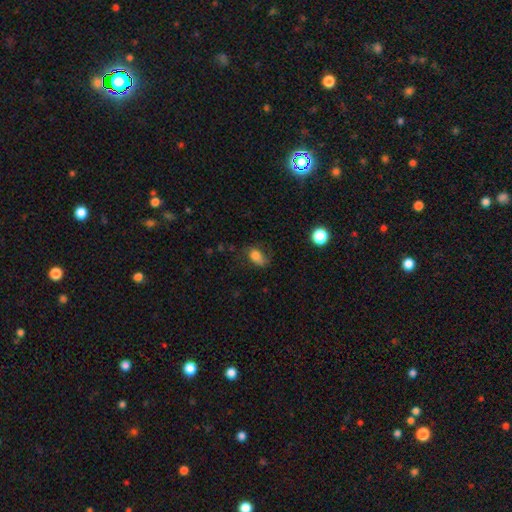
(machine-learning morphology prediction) This appears to be a smooth galaxy with no disk features (78%) that is in between round and cigar-shaped (85%). Merging: none (52%).